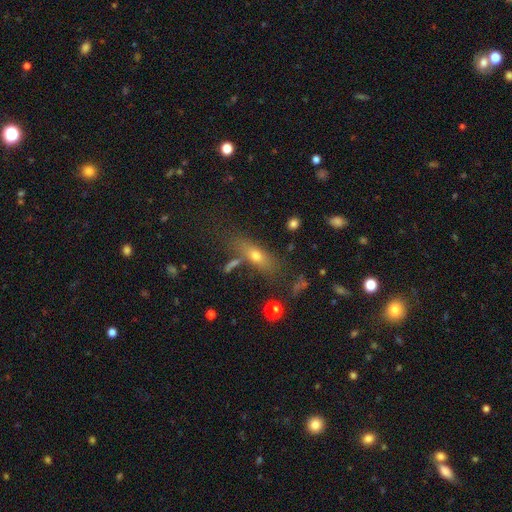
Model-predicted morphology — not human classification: This appears to be a smooth galaxy with no disk features (60%) that is in between round and cigar-shaped (51%). Merging: none (63%).